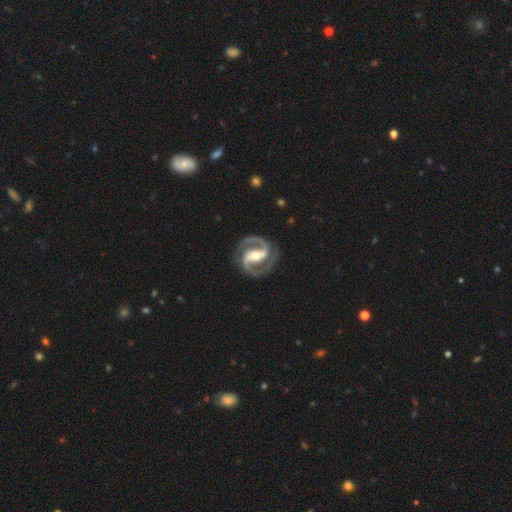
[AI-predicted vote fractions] Morphology: type=featured or disk (94%); edge-on=no (98%); bar=strong (61%); spiral arms=yes (98%); winding=medium (60%); arm count=2 (95%); bulge=moderate (64%); merging=none (86%).